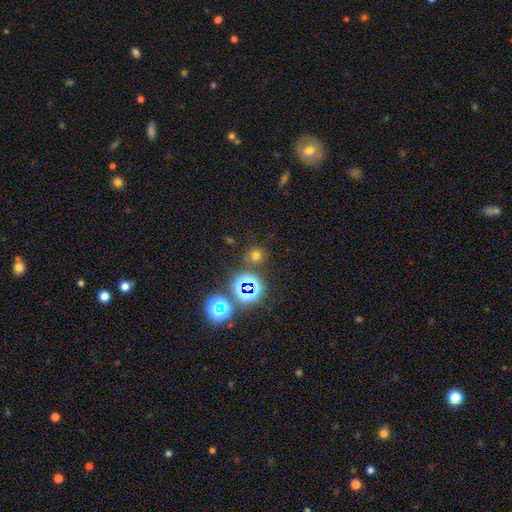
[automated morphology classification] smooth_or_featured: smooth (p=0.54) [alt: star or artifact p=0.38]
how_rounded: round (p=0.89) [alt: in between p=0.10]
merging: none (p=0.77) [alt: minor disturbance p=0.09]